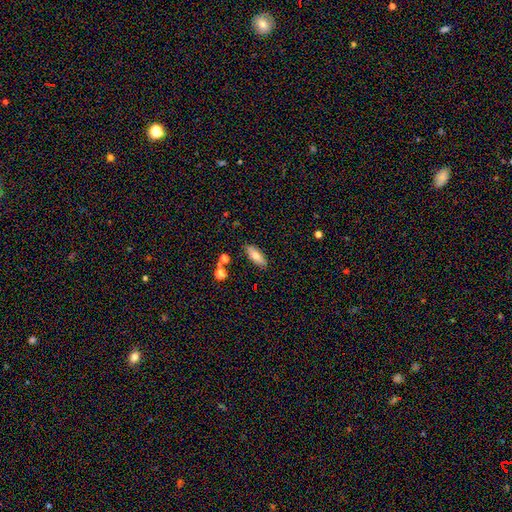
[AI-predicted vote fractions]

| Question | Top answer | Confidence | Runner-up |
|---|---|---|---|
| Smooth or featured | smooth | 77% | featured or disk (16%) |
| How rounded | in between | 73% | cigar-shaped (24%) |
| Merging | none | 85% | minor disturbance (10%) |